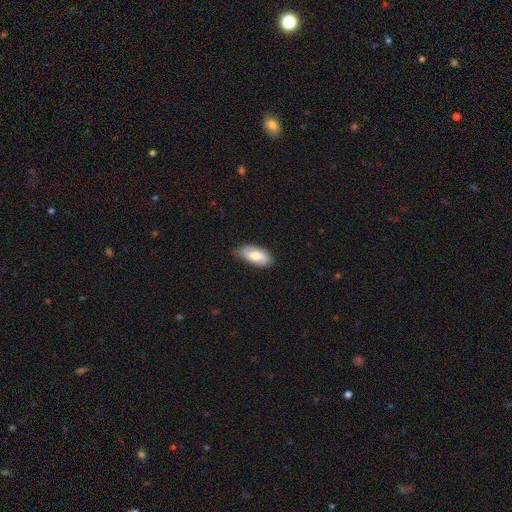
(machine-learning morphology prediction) smooth_or_featured: smooth (p=0.69) [alt: featured or disk p=0.25]
how_rounded: in between (p=0.91) [alt: cigar-shaped p=0.07]
merging: none (p=0.78) [alt: minor disturbance p=0.18]